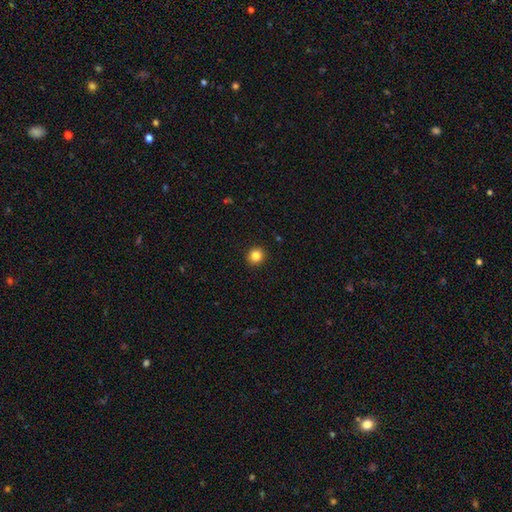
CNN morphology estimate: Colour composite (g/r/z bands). It shows a smooth galaxy with no disk features (84%) that is round (91%). Merging: none (92%).